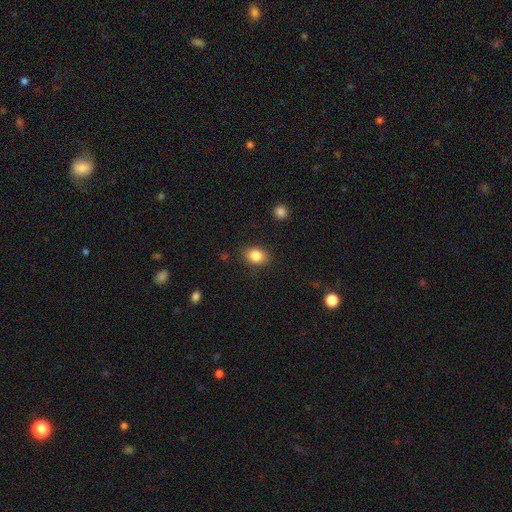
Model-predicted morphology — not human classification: Smooth or featured? smooth (84%)
How rounded? in between (65%)
Merging? none (86%)